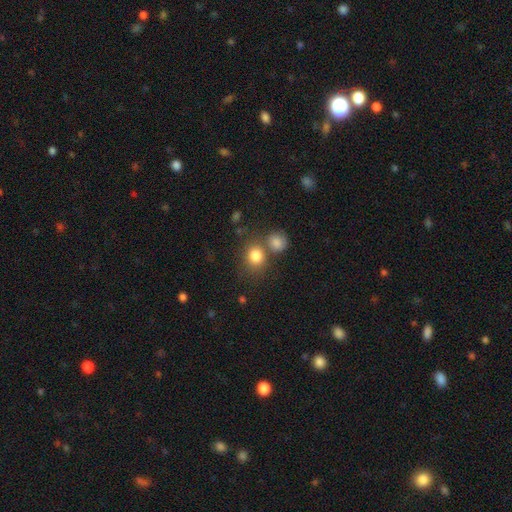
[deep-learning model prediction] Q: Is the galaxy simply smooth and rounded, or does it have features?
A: smooth — 82%.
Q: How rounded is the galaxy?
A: round — 75%.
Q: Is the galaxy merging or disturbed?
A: none — 57%.